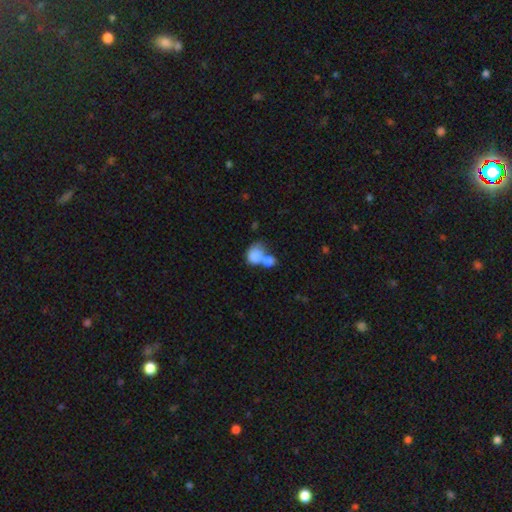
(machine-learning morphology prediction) smooth 81%, featured or disk 11%, star or artifact 8%. Down the decision tree: how rounded — in between (54%); merging — merger (63%).